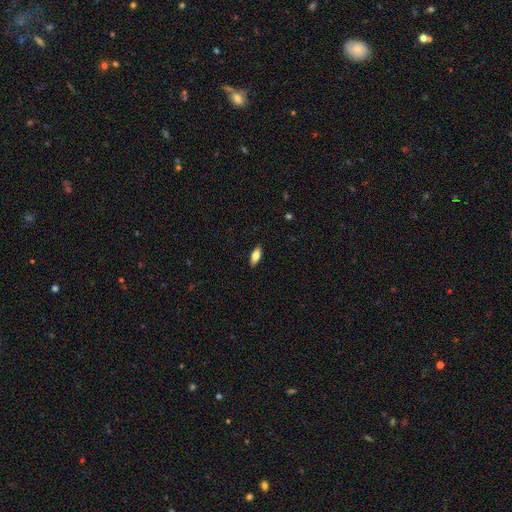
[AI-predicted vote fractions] Smooth or featured? smooth (77%)
How rounded? in between (82%)
Merging? none (89%)